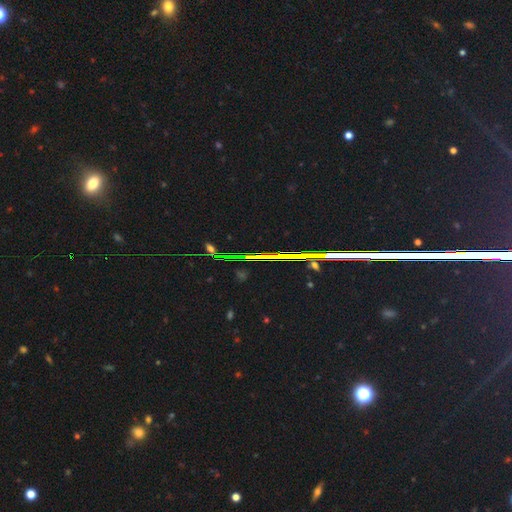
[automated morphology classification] smooth_or_featured: star or artifact (p=0.85) [alt: featured or disk p=0.08]